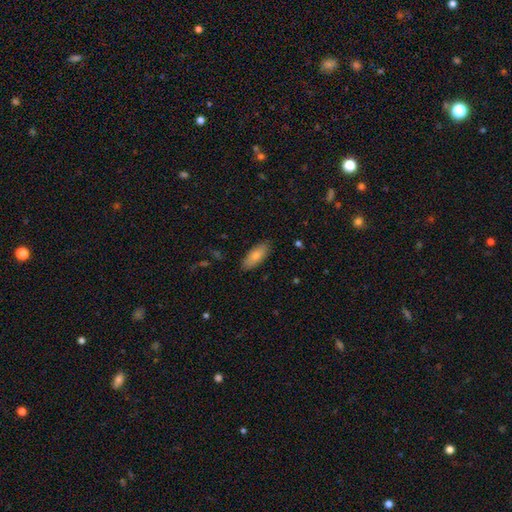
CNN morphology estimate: Smooth or featured?
  - smooth: 80% *
  - featured or disk: 14%
  - star or artifact: 6%
How rounded?
  - in between: 78% *
  - cigar-shaped: 20%
  - round: 2%
Merging?
  - none: 86% *
  - minor disturbance: 11%
  - major disturbance: 2%
  - merger: 1%